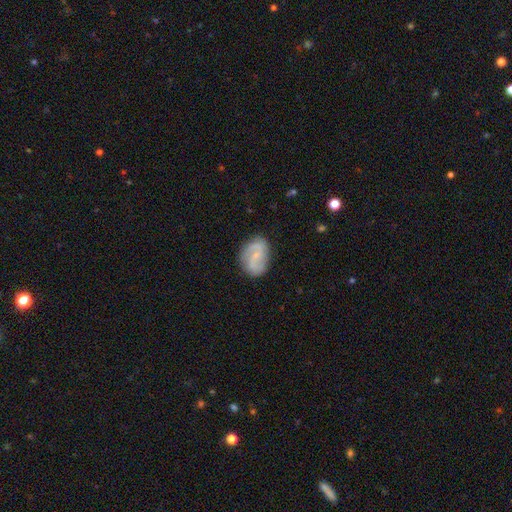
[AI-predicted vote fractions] smooth-or-featured: featured or disk: 70% | smooth: 24% | star or artifact: 6%
  disk-edge-on: no: 97% | yes: 3%
    bar: no: 45% | weak: 44% | strong: 11%
    has-spiral-arms: yes: 91% | no: 9%
      spiral-winding: medium: 46% | loose: 32% | tight: 23%
      spiral-arm-count: 2: 83% | can't tell: 9% | 3: 3% | 1: 2% | 4: 1% | more than 4: 1%
    bulge-size: small: 69% | moderate: 17% | none: 12% | large: 1% | dominant: 1%
  merging: none: 77% | minor disturbance: 17% | major disturbance: 5% | merger: 1%